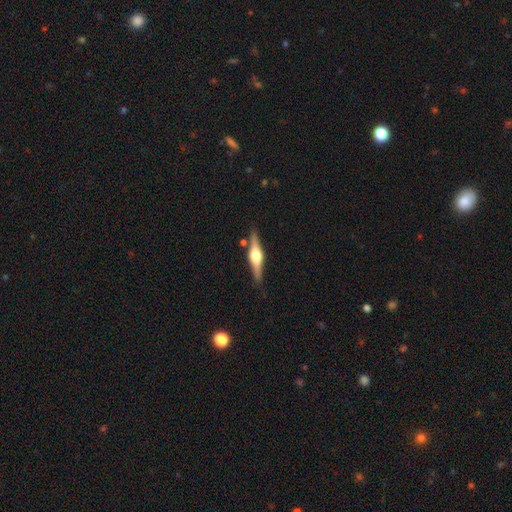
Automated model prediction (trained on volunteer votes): This is likely a featured or disk galaxy (75%). It is clearly viewed edge-on (98%). Edge-on bulge: clearly rounded (92%). Merging: clearly none (86%).